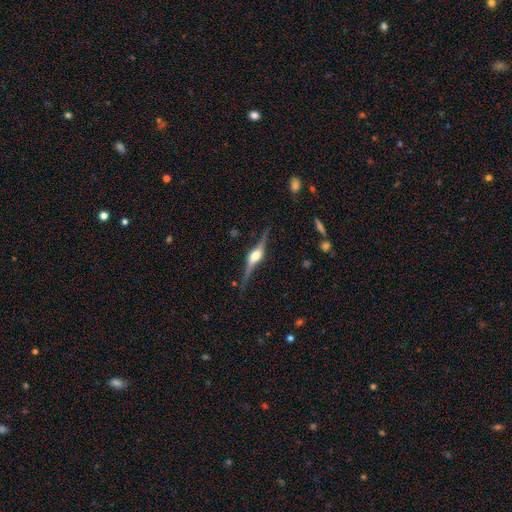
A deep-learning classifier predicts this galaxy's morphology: featured or disk 86%, smooth 9%, star or artifact 6%. Down the decision tree: edge-on disk — yes (97%); edge-on bulge — rounded (94%); merging — none (84%).